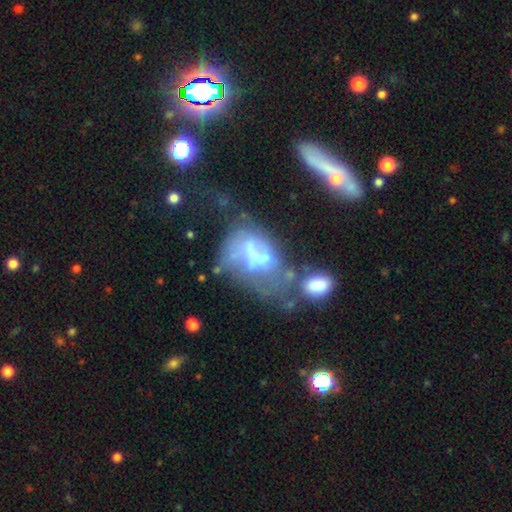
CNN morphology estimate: type=featured or disk (53%); edge-on=no (95%); bar=no (73%); spiral arms=no (85%); bulge=none (42%); merging=major disturbance (35%, tied with merger).